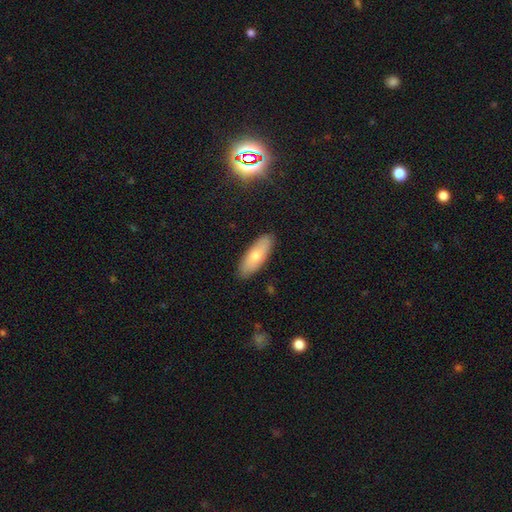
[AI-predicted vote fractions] A smooth galaxy with no disk features (70%) that is in between round and cigar-shaped (68%).

Vote fractions:
- Smooth or featured? smooth: 70% / featured or disk: 24% / star or artifact: 6%
- How rounded? in between: 68% / cigar-shaped: 30% / round: 2%
- Merging? none: 87% / minor disturbance: 10% / major disturbance: 2% / merger: 1%